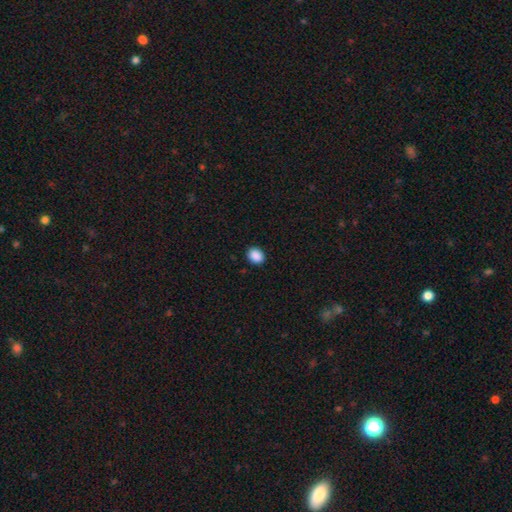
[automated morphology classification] Smooth or featured? smooth (90%)
How rounded? in between (53%)
Merging? none (91%)